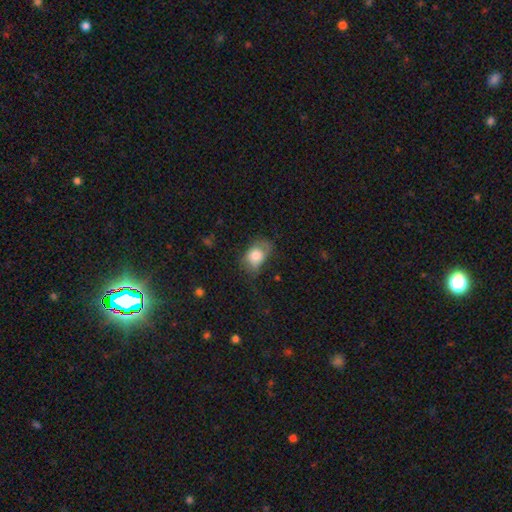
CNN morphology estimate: type=smooth (76%); roundness=in between (72%); merging=none (42%).